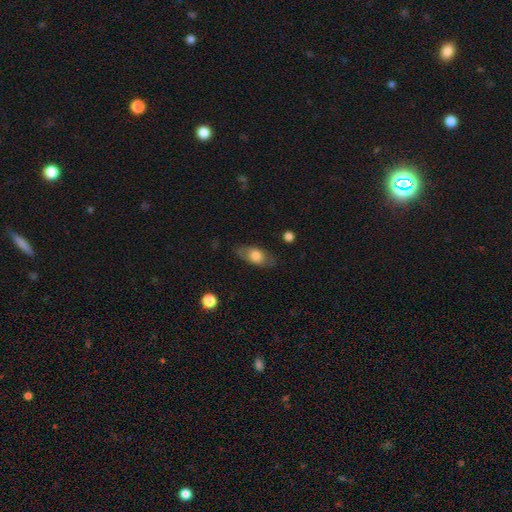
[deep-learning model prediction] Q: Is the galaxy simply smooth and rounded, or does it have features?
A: smooth — 67%.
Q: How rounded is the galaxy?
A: in between — 82%.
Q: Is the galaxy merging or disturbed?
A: none — 75%.